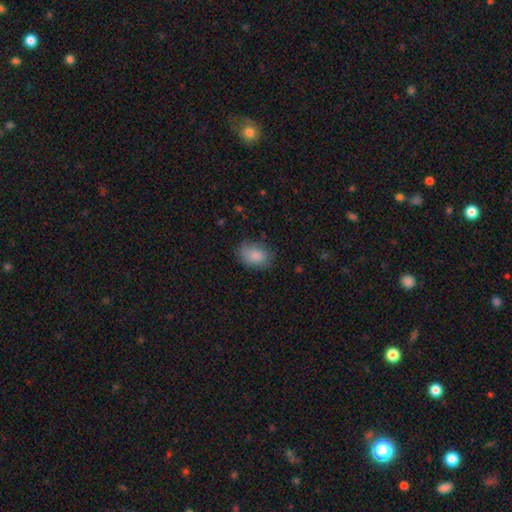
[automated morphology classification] smooth 84%, featured or disk 8%, star or artifact 8%. Down the decision tree: how rounded — in between (80%); merging — none (69%).